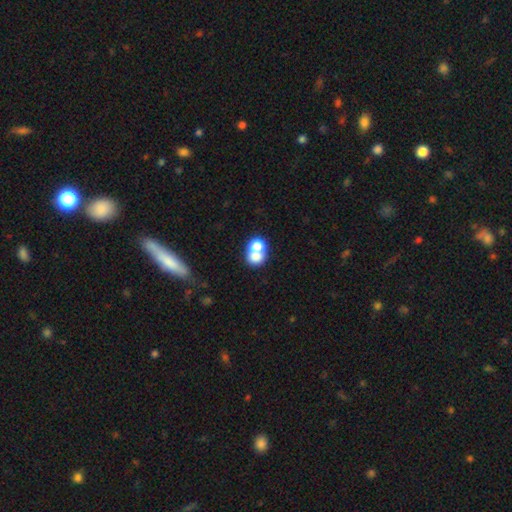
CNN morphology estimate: This is likely a smooth galaxy (70%). How rounded: likely round (61%). Merging: likely merger (61%).